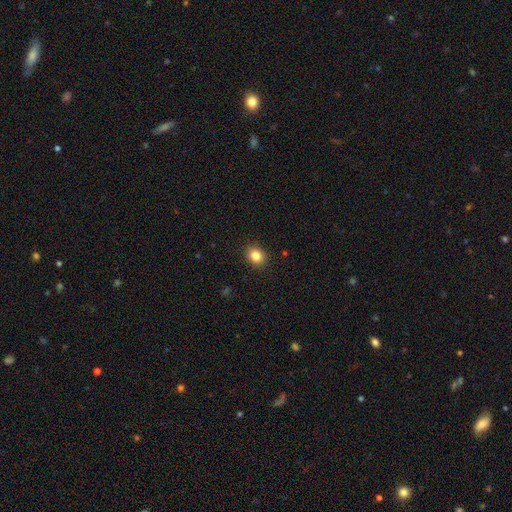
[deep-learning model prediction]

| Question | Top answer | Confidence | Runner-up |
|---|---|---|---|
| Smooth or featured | smooth | 84% | star or artifact (10%) |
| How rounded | round | 56% | in between (43%) |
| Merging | none | 90% | minor disturbance (7%) |